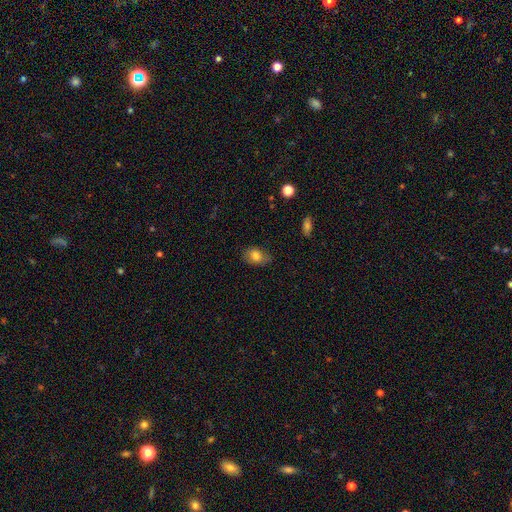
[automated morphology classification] A smooth galaxy with no disk features (79%) that is in between round and cigar-shaped (79%). Merging: none (74%).